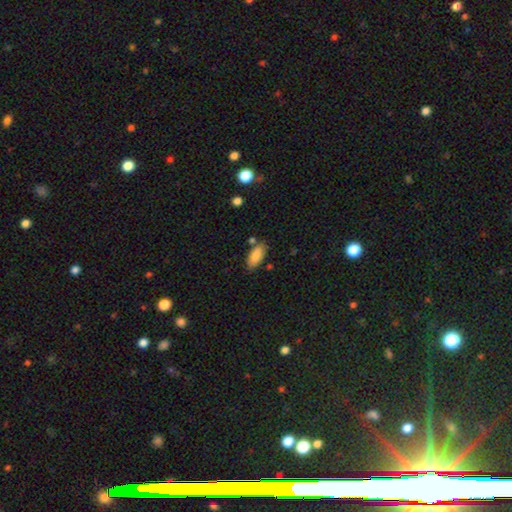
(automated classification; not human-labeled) Smooth or featured? Predicted: smooth (p=0.85). How rounded? Predicted: in between (p=0.86). Merging? Predicted: none (p=0.78).